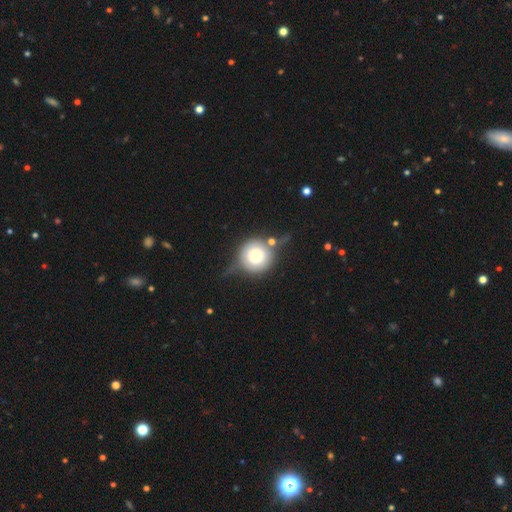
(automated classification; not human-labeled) smooth_or_featured: smooth (p=0.50) [alt: featured or disk p=0.41]
merging: none (p=0.52) [alt: minor disturbance p=0.22]